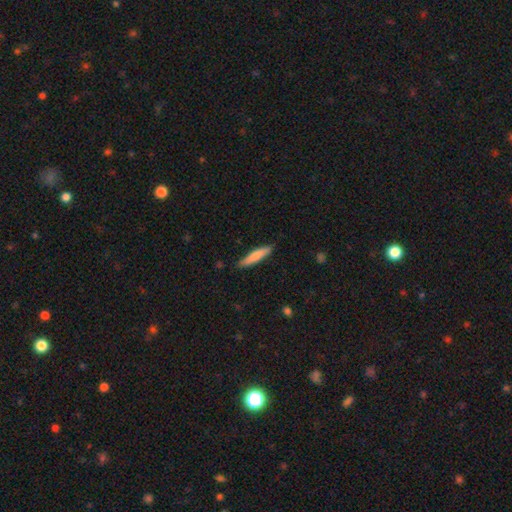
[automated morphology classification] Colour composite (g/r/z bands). It shows a smooth galaxy with no disk features (76%) that is cigar-shaped (87%). Merging: none (85%).